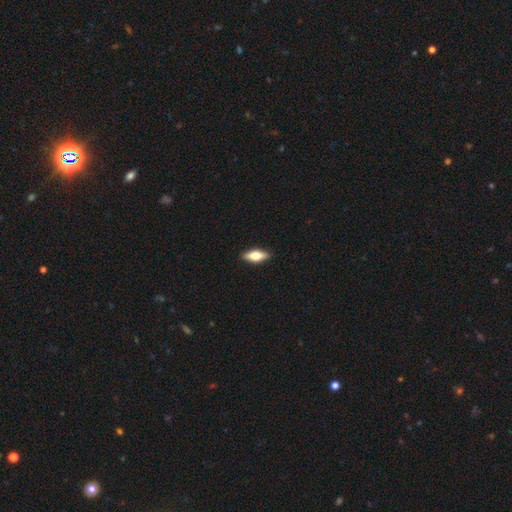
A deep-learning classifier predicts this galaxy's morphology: type=smooth (58%); roundness=in between (68%); merging=none (89%).